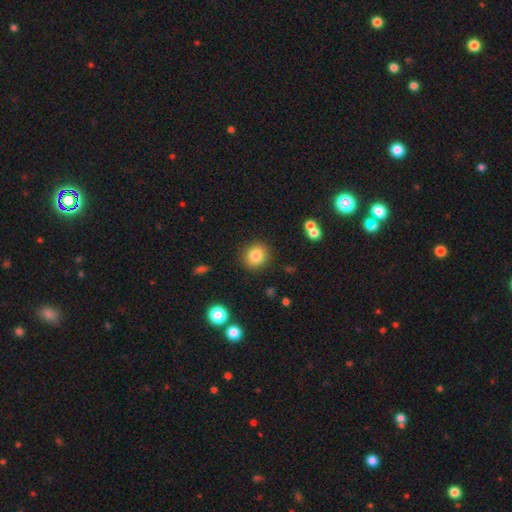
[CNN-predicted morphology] Smooth or featured? Predicted: smooth (p=0.83). How rounded? Predicted: round (p=0.87). Merging? Predicted: none (p=0.88).